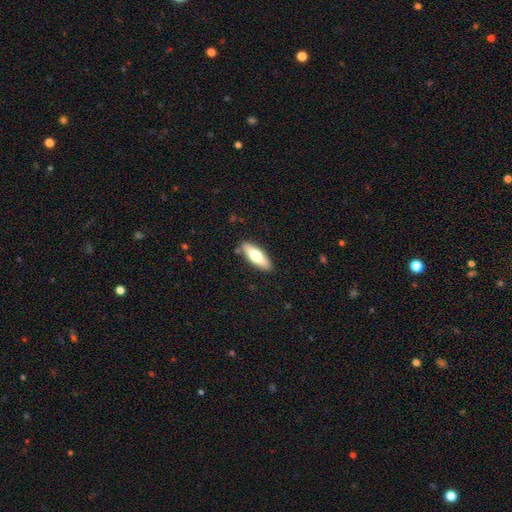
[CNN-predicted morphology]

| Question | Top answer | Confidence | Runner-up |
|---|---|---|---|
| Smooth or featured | smooth | 64% | featured or disk (30%) |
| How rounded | in between | 60% | cigar-shaped (38%) |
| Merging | none | 86% | minor disturbance (10%) |